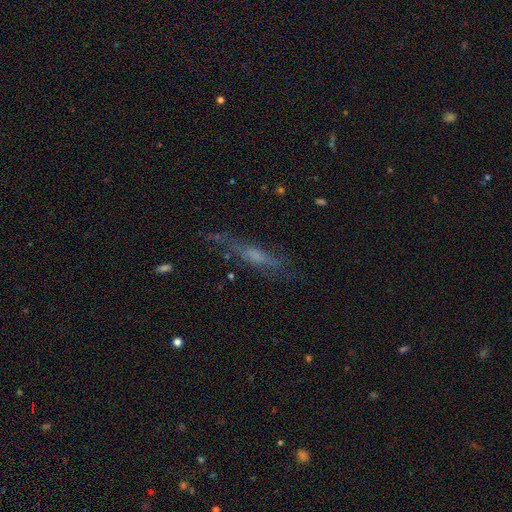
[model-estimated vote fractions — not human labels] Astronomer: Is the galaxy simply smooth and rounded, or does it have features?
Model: featured or disk — 48% (runner-up: smooth, 37%).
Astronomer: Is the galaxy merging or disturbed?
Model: none — 60%.